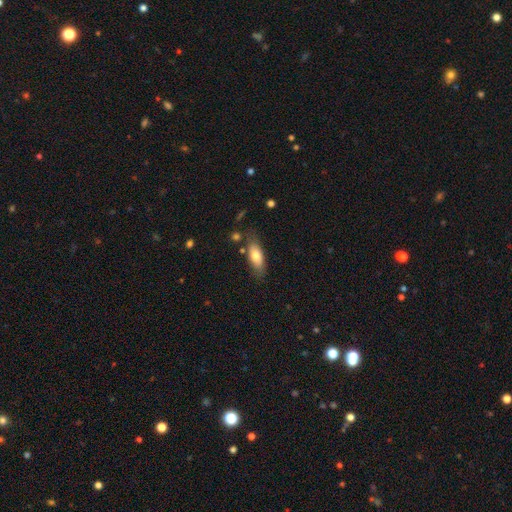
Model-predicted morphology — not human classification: Overall: smooth (74%). How rounded: in between (78%). Merging: none (73%).